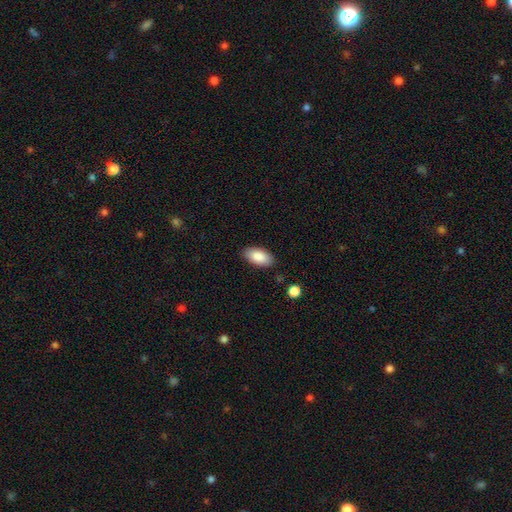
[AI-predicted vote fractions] smooth_or_featured: smooth (p=0.87) [alt: star or artifact p=0.07]
how_rounded: in between (p=0.94) [alt: cigar-shaped p=0.04]
merging: none (p=0.86) [alt: minor disturbance p=0.10]